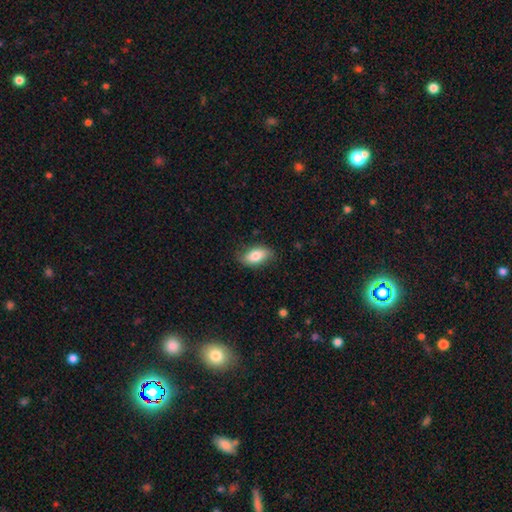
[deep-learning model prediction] This appears to be a smooth galaxy with no disk features (79%) that is in between round and cigar-shaped (90%). Merging: none (79%).